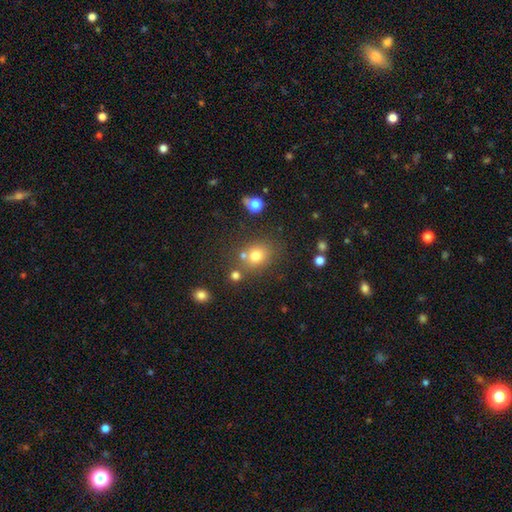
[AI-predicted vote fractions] Smooth or featured? smooth (74%)
How rounded? round (67%)
Merging? none (69%)